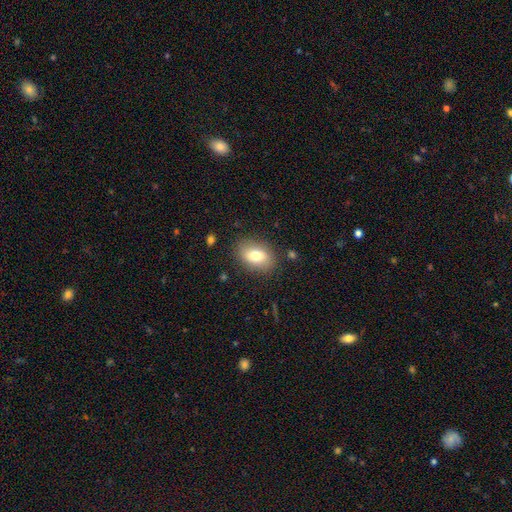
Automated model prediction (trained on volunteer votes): A smooth galaxy with no disk features (76%) that is in between round and cigar-shaped (83%).

Vote fractions:
- Smooth or featured? smooth: 76% / featured or disk: 17% / star or artifact: 8%
- How rounded? in between: 83% / round: 15% / cigar-shaped: 2%
- Merging? none: 83% / minor disturbance: 12% / major disturbance: 4% / merger: 2%